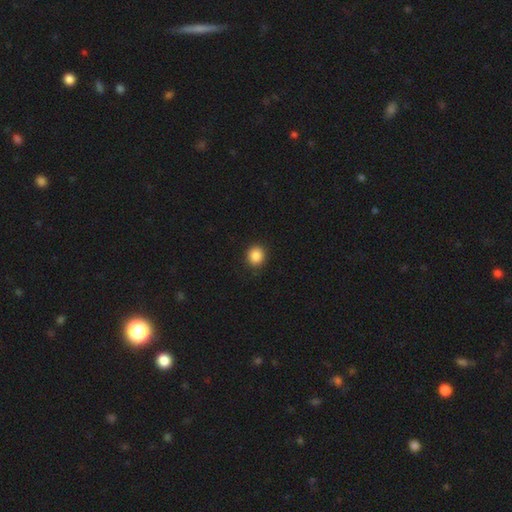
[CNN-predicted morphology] Smooth or featured? Predicted: smooth (p=0.87). How rounded? Predicted: round (p=0.83). Merging? Predicted: none (p=0.89).